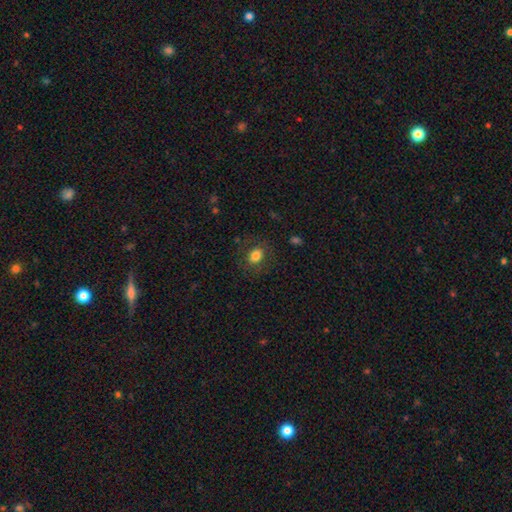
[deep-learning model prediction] smooth 80%, star or artifact 10%, featured or disk 10%. Down the decision tree: how rounded — in between (56%); merging — none (81%).